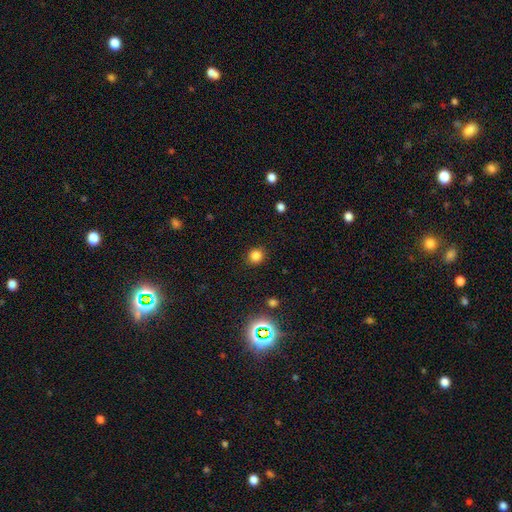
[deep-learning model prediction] This appears to be a smooth galaxy with no disk features (80%) that is round (85%). Merging: none (89%).